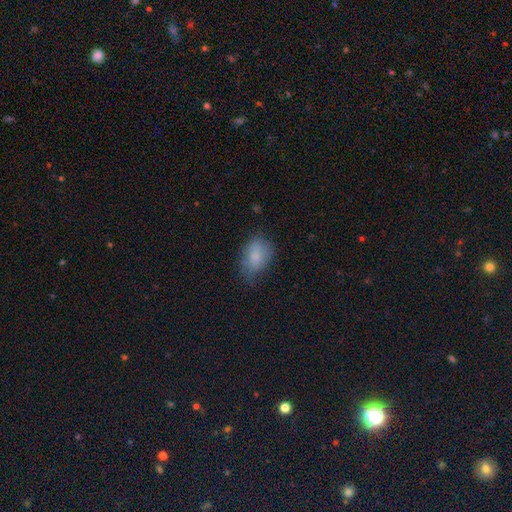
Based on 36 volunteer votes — Smooth or featured?
  - smooth: 83% *
  - featured or disk: 17%
  - star or artifact: 0%
How rounded?
  - in between: 87% *
  - round: 7%
  - cigar-shaped: 7%
Merging?
  - minor disturbance: 44% *
  - none: 39%
  - major disturbance: 17%
  - merger: 0%